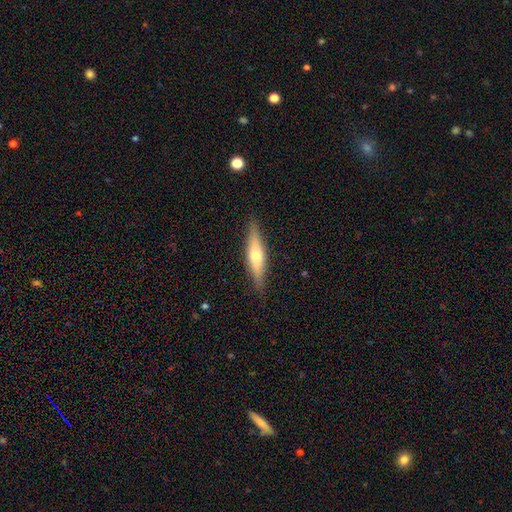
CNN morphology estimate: The model was most divided on "smooth or featured": featured or disk: 53%, smooth: 41%, star or artifact: 6%. More confident: edge-on disk — yes (92%); merging — none (89%).